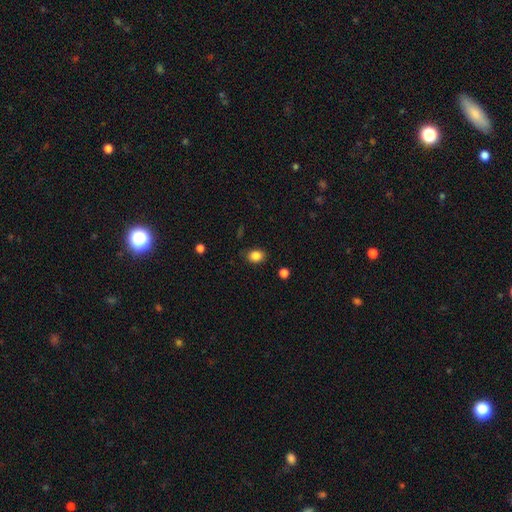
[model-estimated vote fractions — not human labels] Q: Smooth or featured?
A: smooth (85%); runner-up: star or artifact (10%)
Q: How rounded?
A: in between (53%); runner-up: round (46%)
Q: Merging?
A: none (83%); runner-up: minor disturbance (13%)